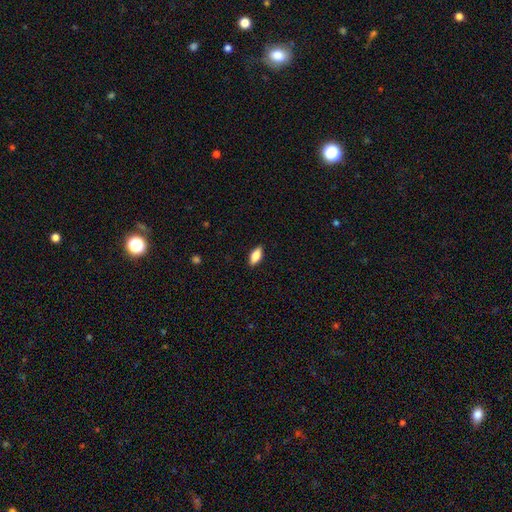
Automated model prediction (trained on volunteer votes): A smooth galaxy with no disk features (77%) that is in between round and cigar-shaped (84%). Merging: none (88%).